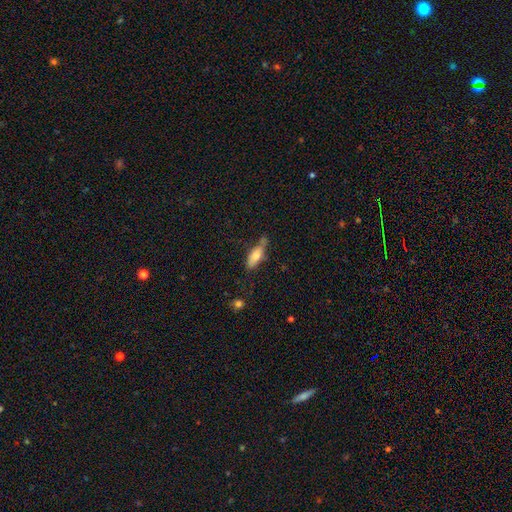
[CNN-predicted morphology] smooth-or-featured: smooth: 70% | featured or disk: 23% | star or artifact: 7%
  how-rounded: in between: 57% | cigar-shaped: 40% | round: 2%
  merging: none: 53% | minor disturbance: 31% | major disturbance: 9% | merger: 7%